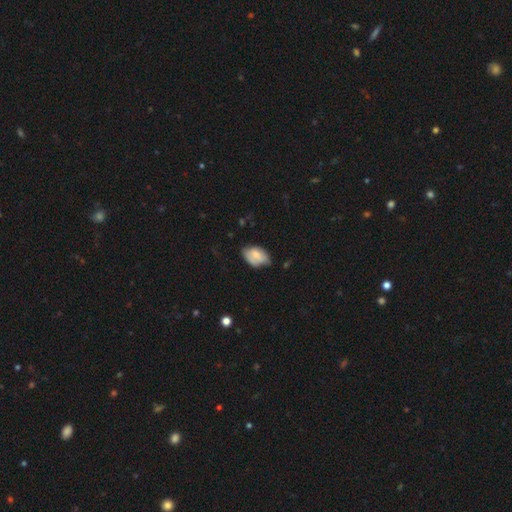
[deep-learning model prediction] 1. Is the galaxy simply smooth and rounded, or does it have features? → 72% smooth, 21% featured or disk, 8% star or artifact.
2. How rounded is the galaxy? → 89% in between, 10% round, 1% cigar-shaped.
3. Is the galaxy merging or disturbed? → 46% none, 43% minor disturbance, 9% major disturbance, 3% merger.